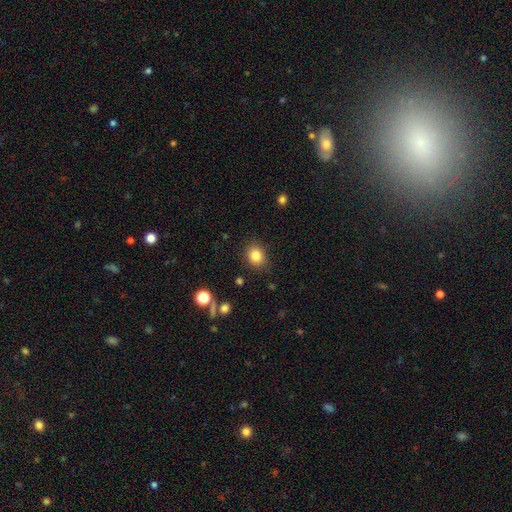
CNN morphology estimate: smooth_or_featured: smooth (p=0.84) [alt: star or artifact p=0.10]
how_rounded: round (p=0.60) [alt: in between p=0.39]
merging: none (p=0.85) [alt: minor disturbance p=0.10]